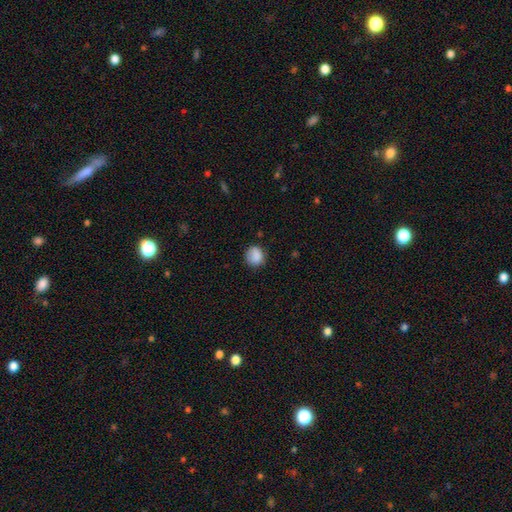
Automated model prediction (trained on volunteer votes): This appears to be a smooth galaxy with no disk features (86%) that is round (79%). Merging: none (75%).